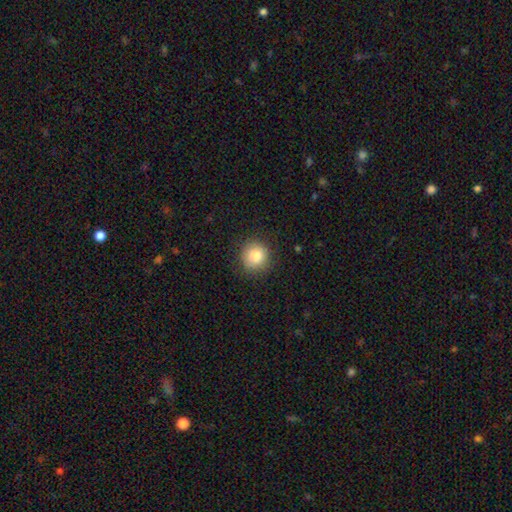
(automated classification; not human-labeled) Smooth or featured? smooth (83%)
How rounded? round (92%)
Merging? none (87%)